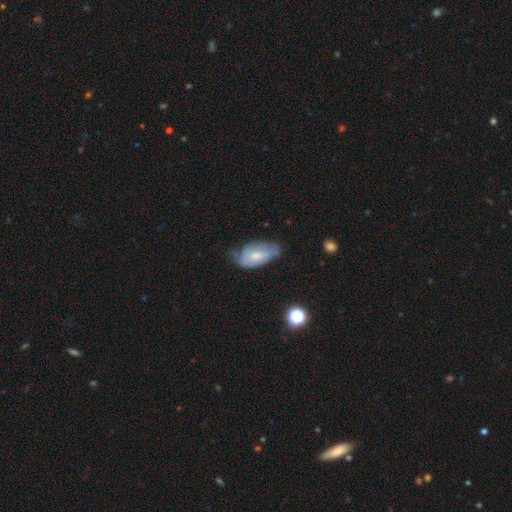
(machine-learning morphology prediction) smooth_or_featured: smooth (p=0.51) [alt: featured or disk p=0.41]
how_rounded: in between (p=0.92) [alt: round p=0.04]
merging: none (p=0.43) [alt: minor disturbance p=0.41]